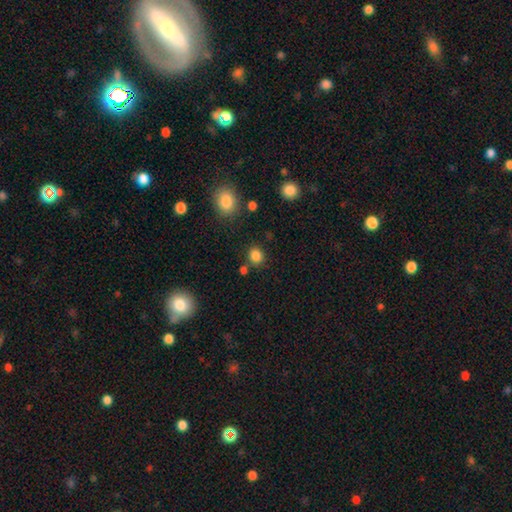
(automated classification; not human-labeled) Smooth or featured: smooth — 84% (star or artifact — 12%)
How rounded: round — 77% (in between — 22%)
Merging: none — 78% (minor disturbance — 10%)